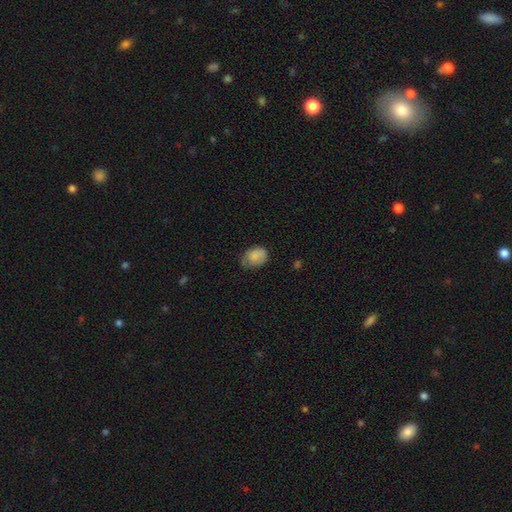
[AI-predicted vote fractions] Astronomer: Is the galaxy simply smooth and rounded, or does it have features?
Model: smooth — 82%.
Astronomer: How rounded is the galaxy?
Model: in between — 70%.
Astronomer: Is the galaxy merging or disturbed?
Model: none — 52% (runner-up: minor disturbance, 36%).